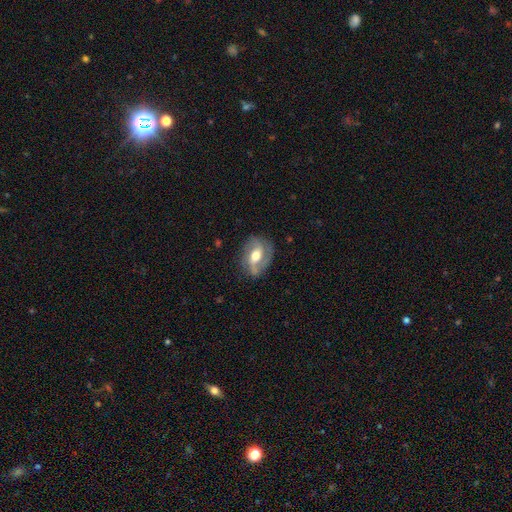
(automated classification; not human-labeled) Smooth or featured? Predicted: featured or disk (p=0.70). Edge-on disk? Predicted: no (p=0.94). Bar? Predicted: weak (p=0.41). Spiral arms? Predicted: yes (p=0.83). Spiral winding? Predicted: medium (p=0.44). Spiral arm count? Predicted: 2 (p=0.72). Bulge size? Predicted: moderate (p=0.69). Merging? Predicted: none (p=0.68).